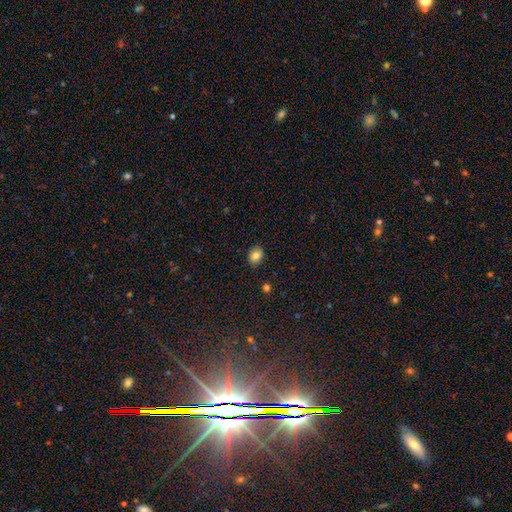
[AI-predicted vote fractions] Morphology: type=smooth (81%); roundness=in between (51%); merging=none (87%).